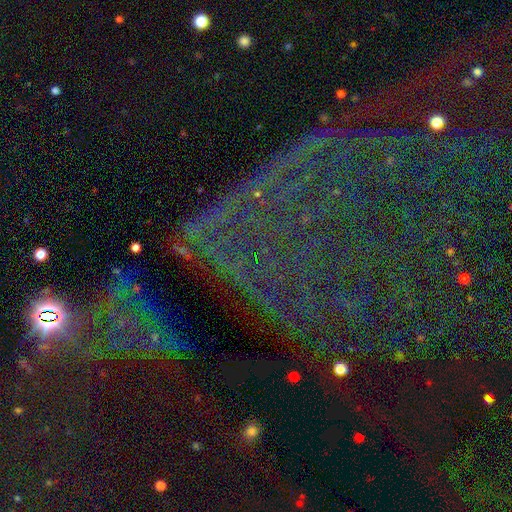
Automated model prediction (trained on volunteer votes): Smooth or featured? star or artifact (81%)